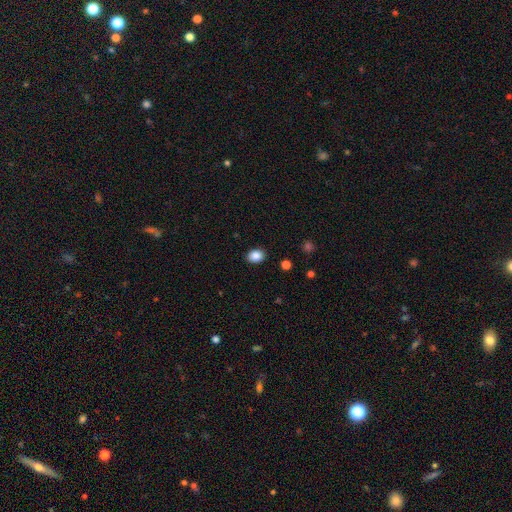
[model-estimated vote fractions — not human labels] Smooth or featured? Predicted: smooth (p=0.87). How rounded? Predicted: in between (p=0.62). Merging? Predicted: none (p=0.89).